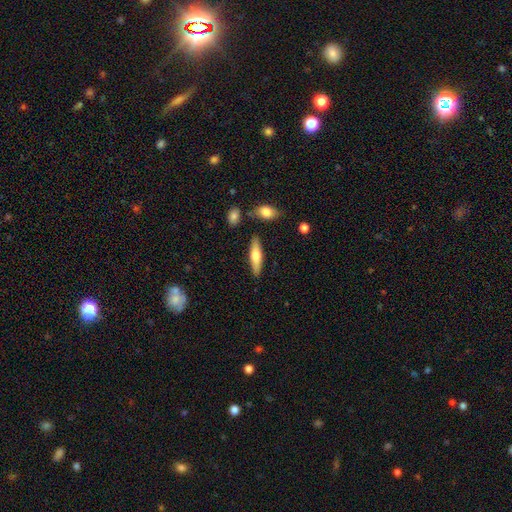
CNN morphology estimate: type=smooth (57%); roundness=cigar-shaped (69%); merging=none (85%).